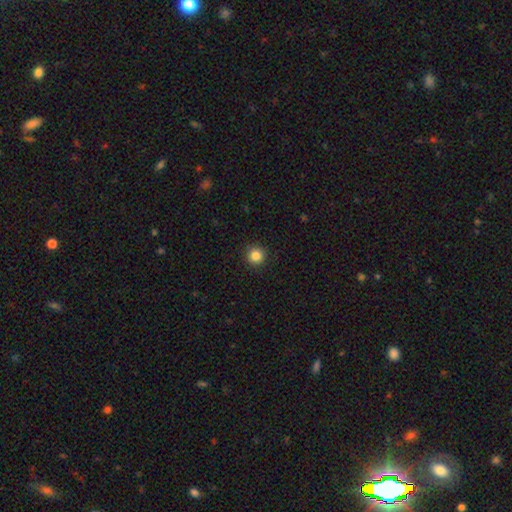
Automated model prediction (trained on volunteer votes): A smooth galaxy with no disk features (85%) that is round (95%). Merging: none (92%).